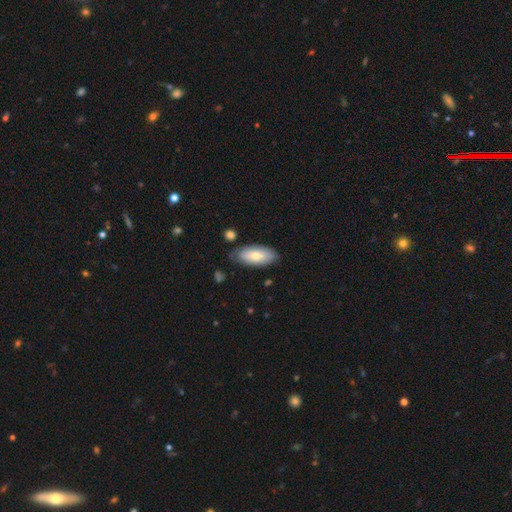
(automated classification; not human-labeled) Smooth or featured? Predicted: smooth (p=0.71). How rounded? Predicted: in between (p=0.90). Merging? Predicted: none (p=0.77).